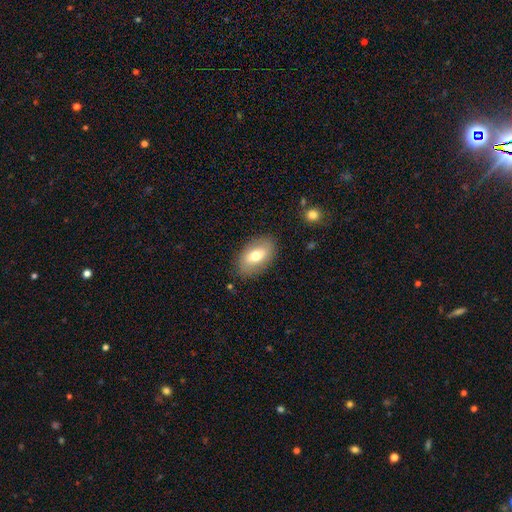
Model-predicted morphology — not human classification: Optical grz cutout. It shows a smooth galaxy with no disk features (69%) that is in between round and cigar-shaped (91%). Merging: none (83%).